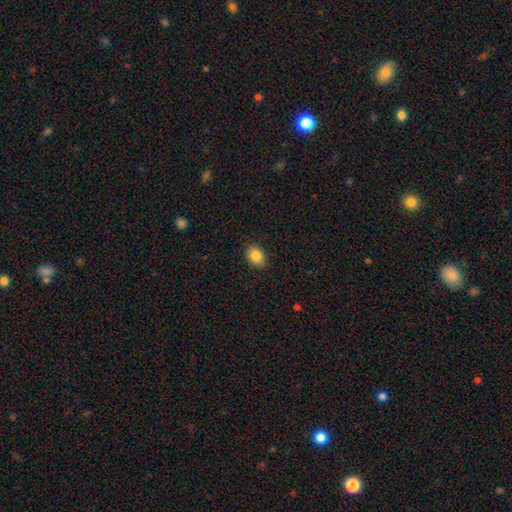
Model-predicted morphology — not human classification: Smooth or featured: smooth — 86% (star or artifact — 9%)
How rounded: in between — 71% (round — 28%)
Merging: none — 88% (minor disturbance — 9%)